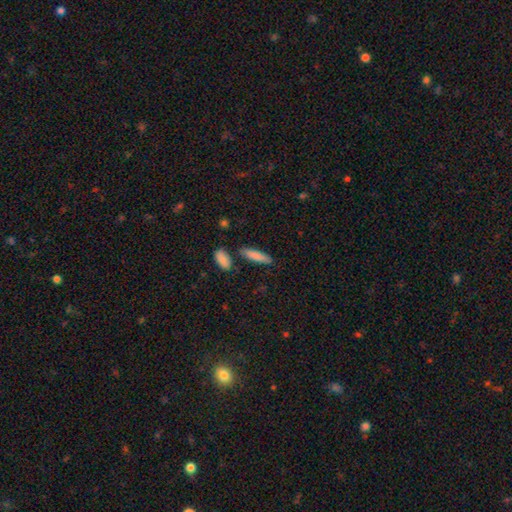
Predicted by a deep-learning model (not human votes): smooth_or_featured: smooth (p=0.85) [alt: featured or disk p=0.09]
how_rounded: cigar-shaped (p=0.66) [alt: in between p=0.32]
merging: none (p=0.82) [alt: minor disturbance p=0.10]